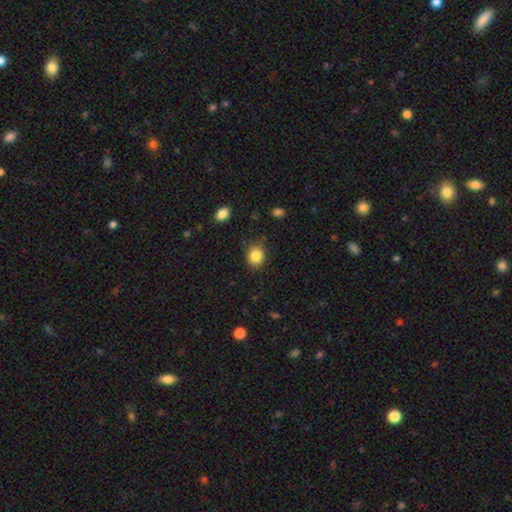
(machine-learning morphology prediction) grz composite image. It shows a smooth galaxy with no disk features (85%) that is round (69%). Merging: none (83%).